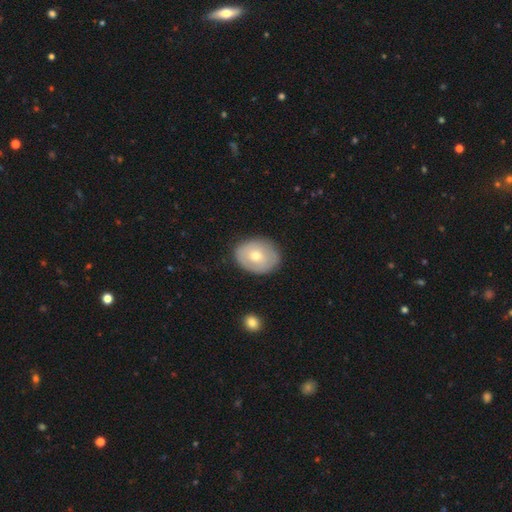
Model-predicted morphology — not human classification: Smooth or featured? Predicted: smooth (p=0.61). How rounded? Predicted: in between (p=0.56). Merging? Predicted: none (p=0.82).